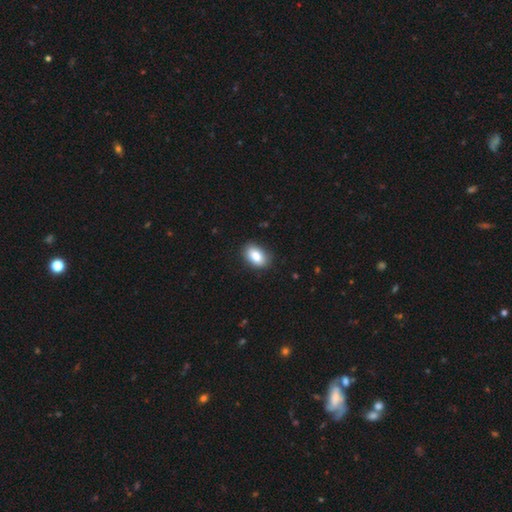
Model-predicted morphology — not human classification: This appears to be a smooth galaxy with no disk features (83%) that is in between round and cigar-shaped (86%). Merging: none (86%).